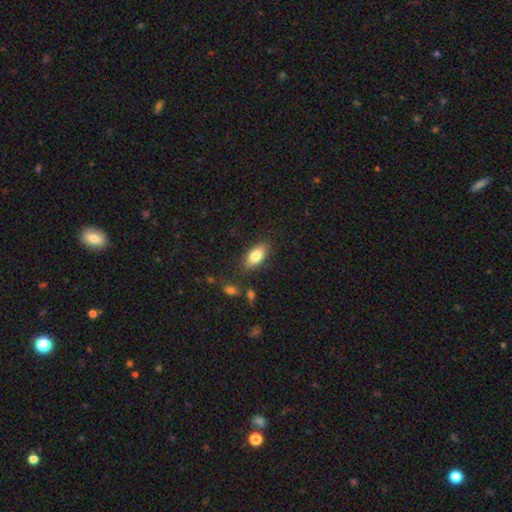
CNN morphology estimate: Smooth or featured?
  - smooth: 80% *
  - featured or disk: 13%
  - star or artifact: 7%
How rounded?
  - in between: 88% *
  - cigar-shaped: 9%
  - round: 4%
Merging?
  - none: 82% *
  - minor disturbance: 12%
  - major disturbance: 3%
  - merger: 3%